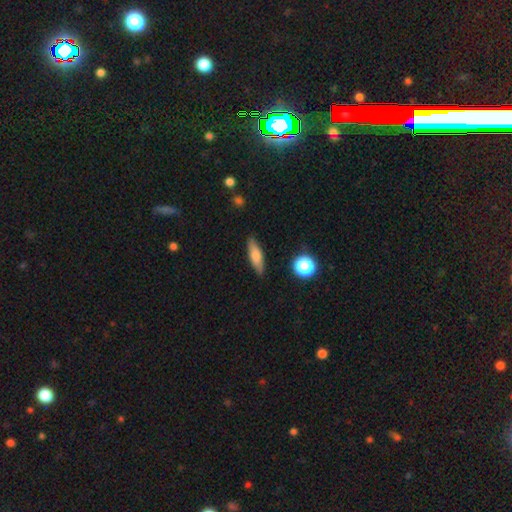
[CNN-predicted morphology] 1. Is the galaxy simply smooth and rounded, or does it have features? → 71% smooth, 21% featured or disk, 8% star or artifact.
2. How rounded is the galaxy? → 55% cigar-shaped, 41% in between, 3% round.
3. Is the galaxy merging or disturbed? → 85% none, 11% minor disturbance, 2% major disturbance, 2% merger.